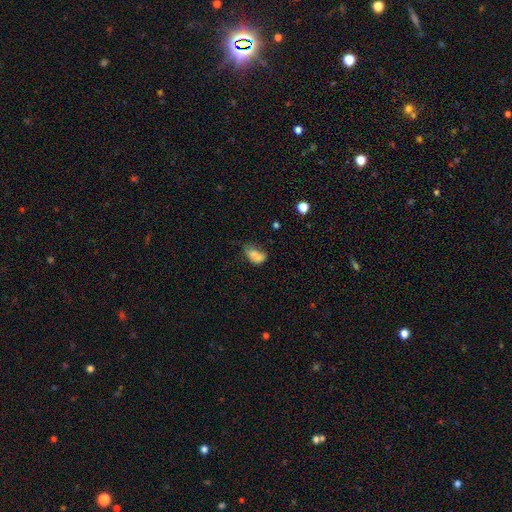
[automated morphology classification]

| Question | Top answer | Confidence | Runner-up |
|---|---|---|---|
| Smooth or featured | smooth | 79% | star or artifact (11%) |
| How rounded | in between | 89% | round (8%) |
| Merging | minor disturbance | 37% | none (34%) |